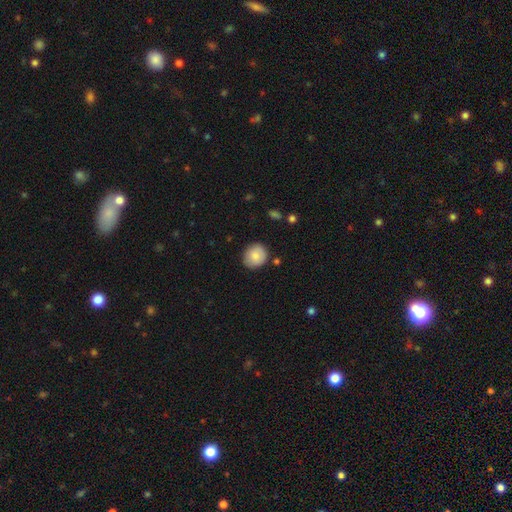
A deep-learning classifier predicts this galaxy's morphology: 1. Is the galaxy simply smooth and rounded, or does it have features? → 82% smooth, 10% featured or disk, 8% star or artifact.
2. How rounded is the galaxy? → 86% round, 13% in between, 1% cigar-shaped.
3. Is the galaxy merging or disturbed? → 85% none, 11% minor disturbance, 2% major disturbance, 2% merger.